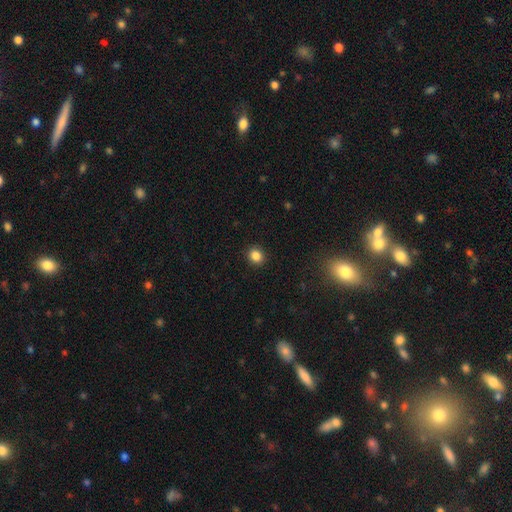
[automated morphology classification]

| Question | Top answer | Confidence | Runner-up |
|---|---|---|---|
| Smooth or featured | smooth | 86% | star or artifact (11%) |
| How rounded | round | 74% | in between (25%) |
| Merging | none | 91% | minor disturbance (6%) |